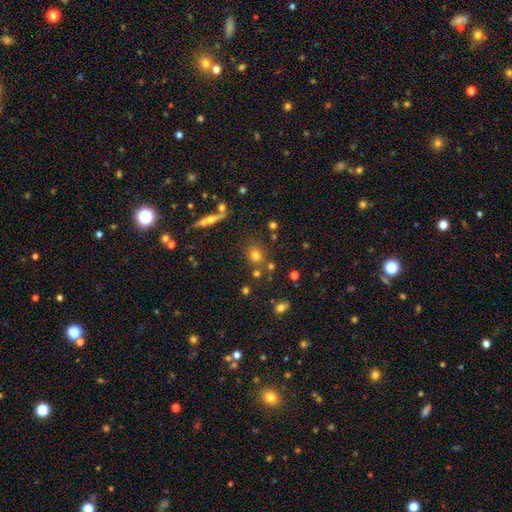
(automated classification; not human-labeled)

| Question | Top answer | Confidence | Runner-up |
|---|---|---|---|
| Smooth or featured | smooth | 69% | star or artifact (18%) |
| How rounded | round | 77% | in between (21%) |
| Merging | none | 71% | merger (14%) |